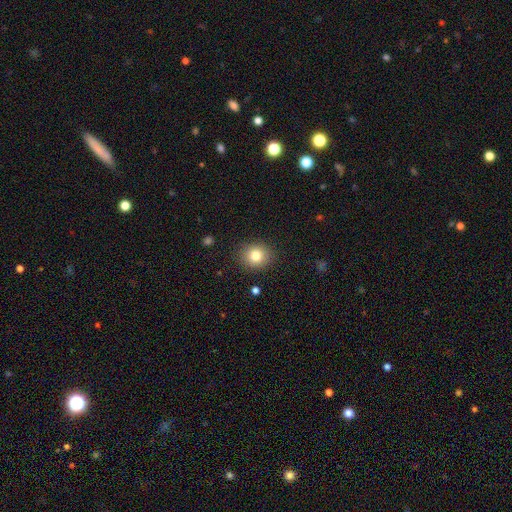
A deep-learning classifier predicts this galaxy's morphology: smooth_or_featured: smooth (p=0.81) [alt: star or artifact p=0.11]
how_rounded: round (p=0.77) [alt: in between p=0.22]
merging: none (p=0.88) [alt: minor disturbance p=0.08]